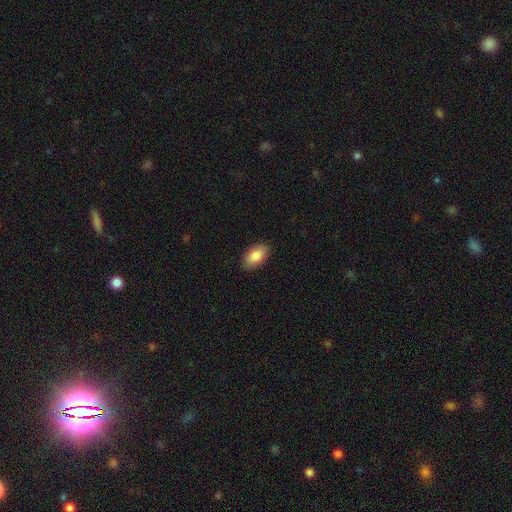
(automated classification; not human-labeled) Smooth or featured: smooth — 85% (featured or disk — 8%)
How rounded: in between — 93% (round — 4%)
Merging: none — 88% (minor disturbance — 9%)